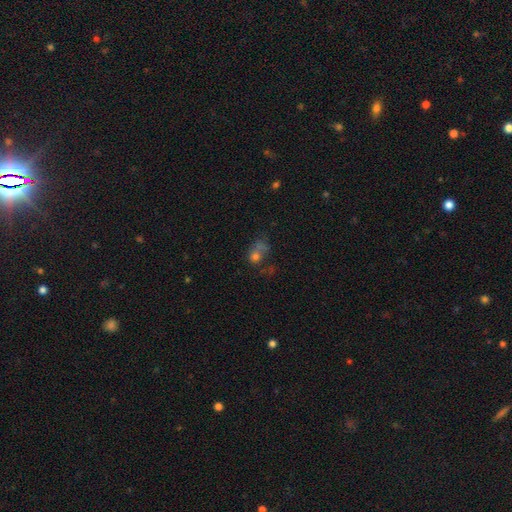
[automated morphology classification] Smooth or featured?
  - smooth: 53% *
  - star or artifact: 24%
  - featured or disk: 24%
How rounded?
  - round: 56% *
  - in between: 42%
  - cigar-shaped: 2%
Merging?
  - none: 31% *
  - merger: 27%
  - major disturbance: 27%
  - minor disturbance: 15%